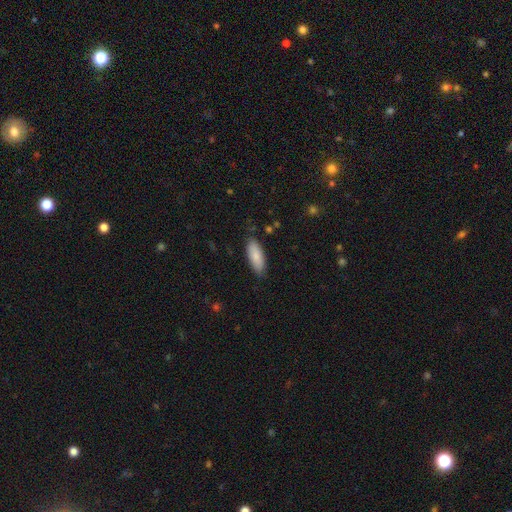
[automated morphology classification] This is clearly a smooth galaxy (85%). How rounded: likely in between (74%). Merging: clearly none (83%).